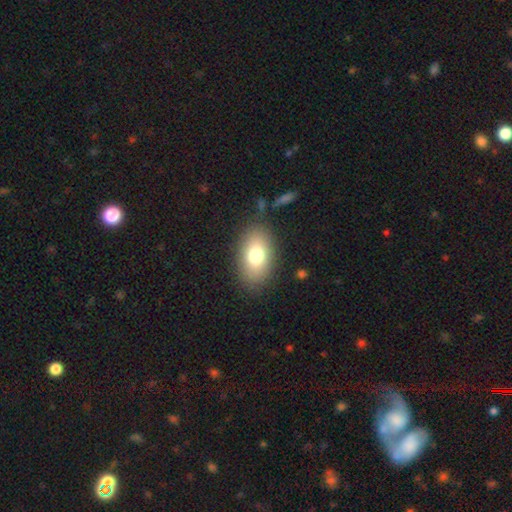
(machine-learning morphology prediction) This is likely a smooth galaxy (75%). How rounded: clearly in between (88%). Merging: clearly none (84%).